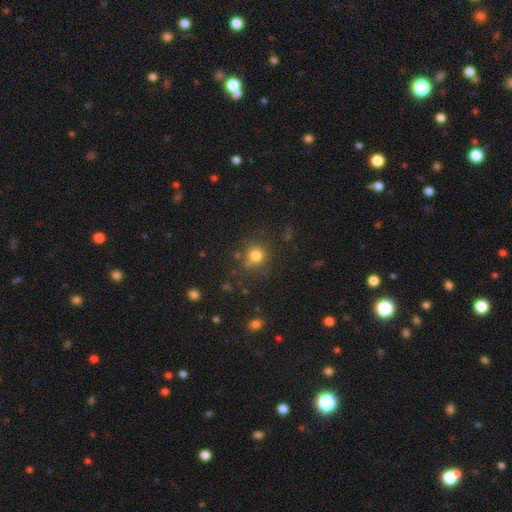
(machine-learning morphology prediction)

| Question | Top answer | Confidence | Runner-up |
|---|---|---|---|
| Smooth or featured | smooth | 80% | star or artifact (14%) |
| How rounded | round | 90% | in between (9%) |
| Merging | none | 78% | minor disturbance (12%) |